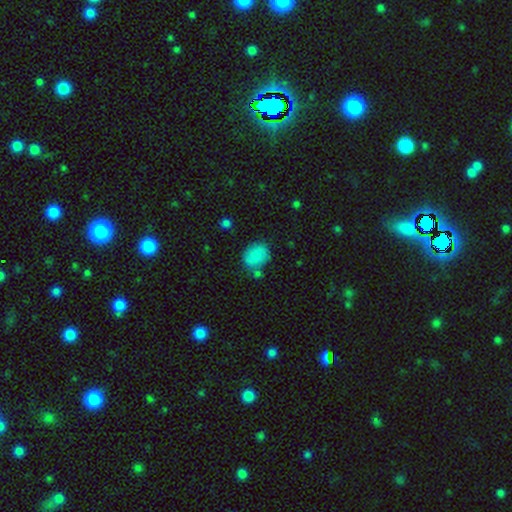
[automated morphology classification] smooth 83%, featured or disk 9%, star or artifact 9%. Down the decision tree: how rounded — round (63%); merging — none (64%).